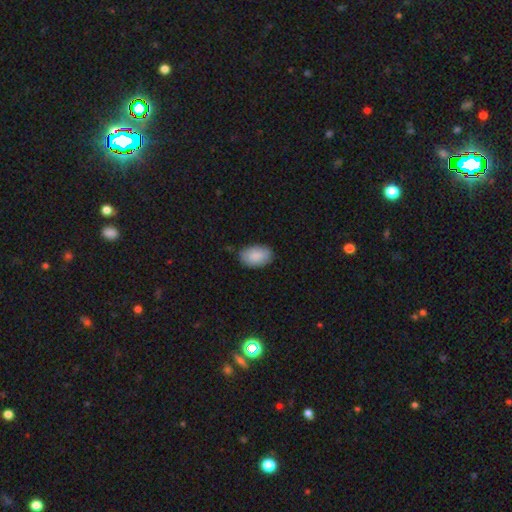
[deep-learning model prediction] This appears to be a smooth galaxy with no disk features (88%) that is in between round and cigar-shaped (90%). Merging: none (79%).